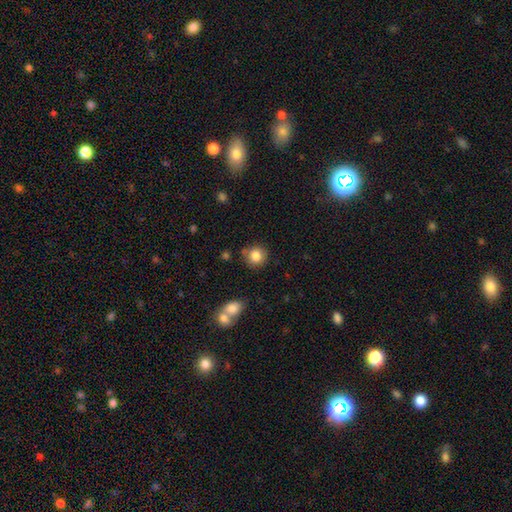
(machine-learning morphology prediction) smooth_or_featured: smooth (p=0.84) [alt: star or artifact p=0.09]
how_rounded: round (p=0.87) [alt: in between p=0.12]
merging: none (p=0.79) [alt: minor disturbance p=0.12]